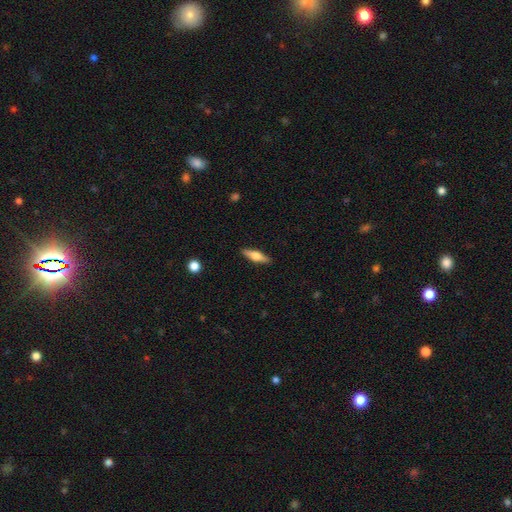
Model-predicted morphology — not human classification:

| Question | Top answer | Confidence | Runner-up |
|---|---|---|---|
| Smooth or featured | smooth | 48% | featured or disk (46%) |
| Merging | none | 89% | minor disturbance (8%) |